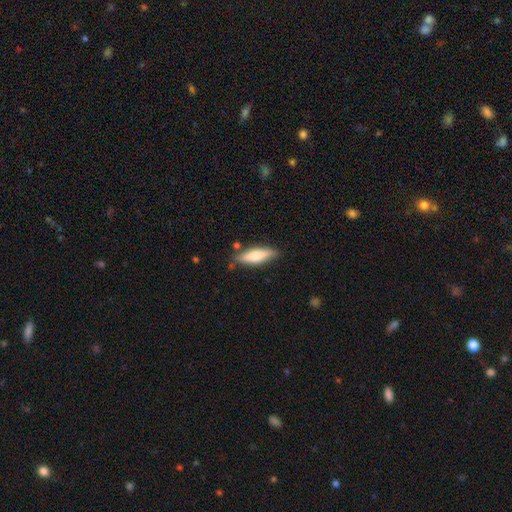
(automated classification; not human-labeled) smooth_or_featured: smooth (p=0.67) [alt: featured or disk p=0.27]
how_rounded: cigar-shaped (p=0.59) [alt: in between p=0.40]
merging: none (p=0.80) [alt: minor disturbance p=0.14]